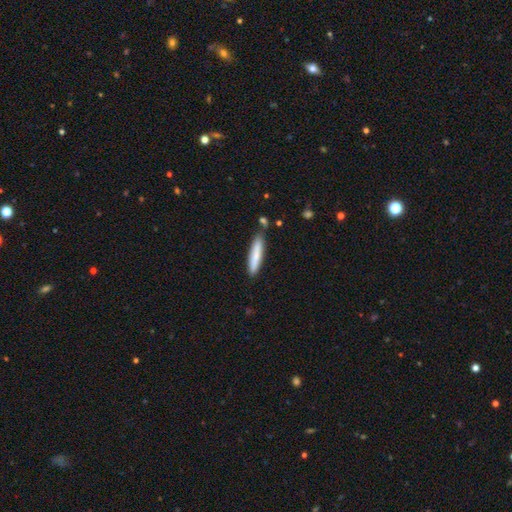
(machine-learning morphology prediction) Smooth or featured? Predicted: smooth (p=0.76). How rounded? Predicted: cigar-shaped (p=0.89). Merging? Predicted: none (p=0.77).